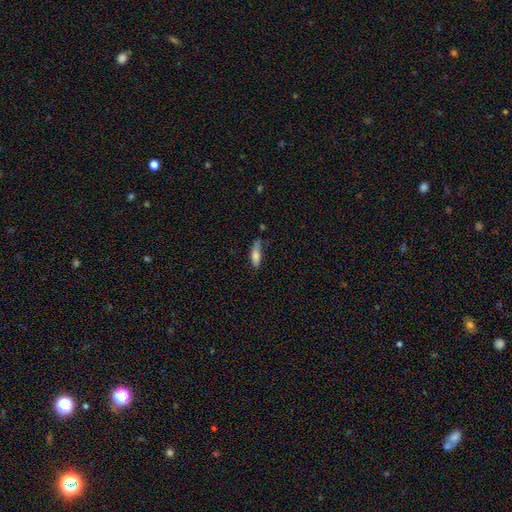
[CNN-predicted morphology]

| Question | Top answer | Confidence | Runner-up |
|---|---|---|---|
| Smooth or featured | smooth | 75% | featured or disk (18%) |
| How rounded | in between | 52% | cigar-shaped (46%) |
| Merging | none | 53% | minor disturbance (32%) |